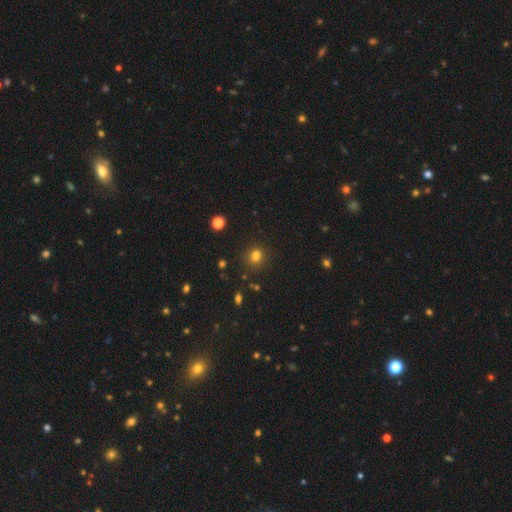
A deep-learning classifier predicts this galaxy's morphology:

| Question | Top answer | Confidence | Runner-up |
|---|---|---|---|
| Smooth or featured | smooth | 80% | star or artifact (15%) |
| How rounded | round | 73% | in between (26%) |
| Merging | none | 82% | minor disturbance (11%) |